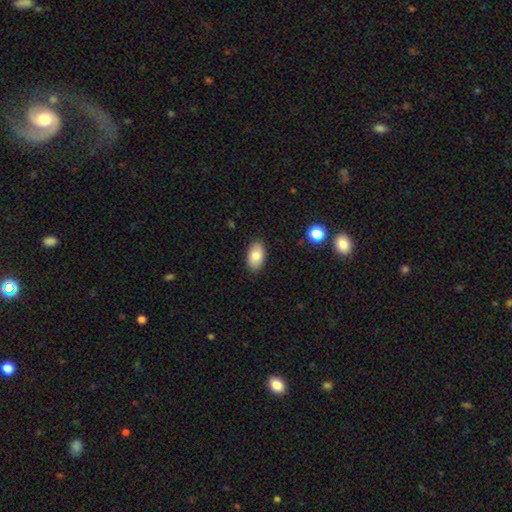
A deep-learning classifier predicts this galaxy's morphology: Smooth or featured? Predicted: smooth (p=0.84). How rounded? Predicted: in between (p=0.93). Merging? Predicted: none (p=0.88).